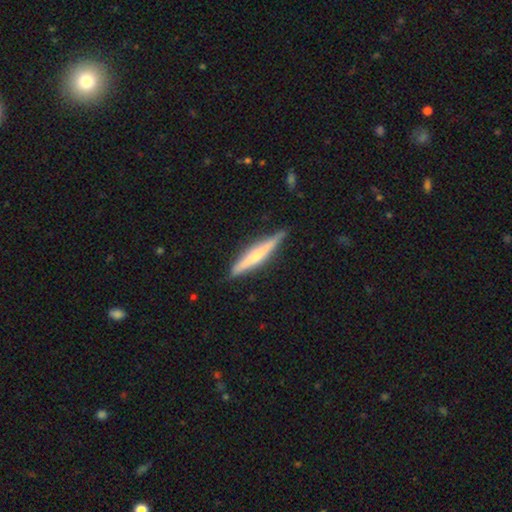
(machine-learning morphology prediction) Smooth or featured? Predicted: featured or disk (p=0.55). Edge-on disk? Predicted: yes (p=0.96). Edge-on bulge? Predicted: rounded (p=0.60). Merging? Predicted: none (p=0.86).